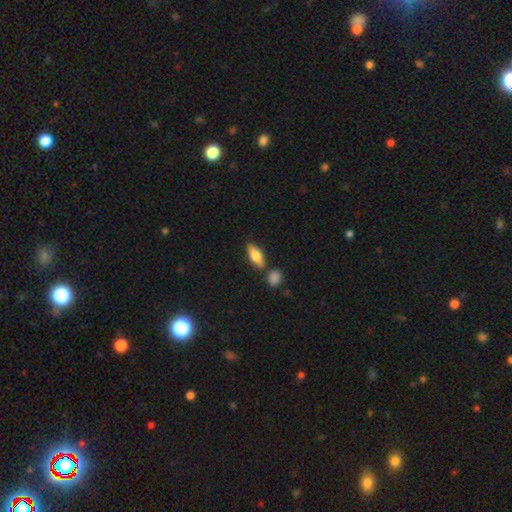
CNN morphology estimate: A smooth galaxy with no disk features (71%) that is in between round and cigar-shaped (74%). Merging: none (74%).